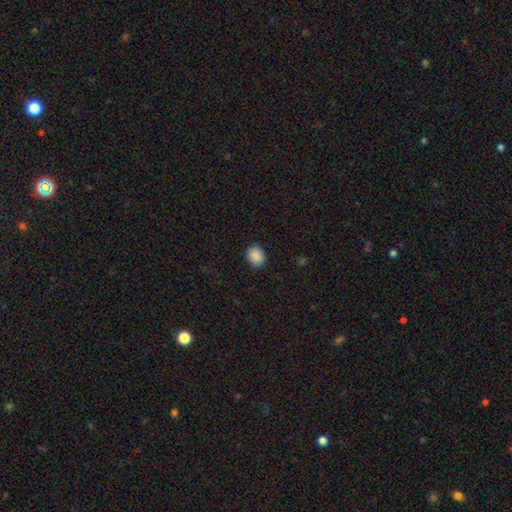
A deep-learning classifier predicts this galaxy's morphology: Smooth or featured? Predicted: smooth (p=0.89). How rounded? Predicted: round (p=0.57). Merging? Predicted: none (p=0.87).